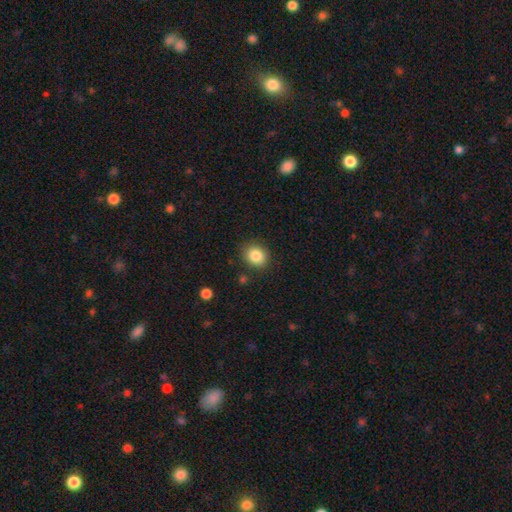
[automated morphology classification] smooth_or_featured: smooth (p=0.85) [alt: star or artifact p=0.10]
how_rounded: round (p=0.72) [alt: in between p=0.27]
merging: none (p=0.86) [alt: minor disturbance p=0.09]